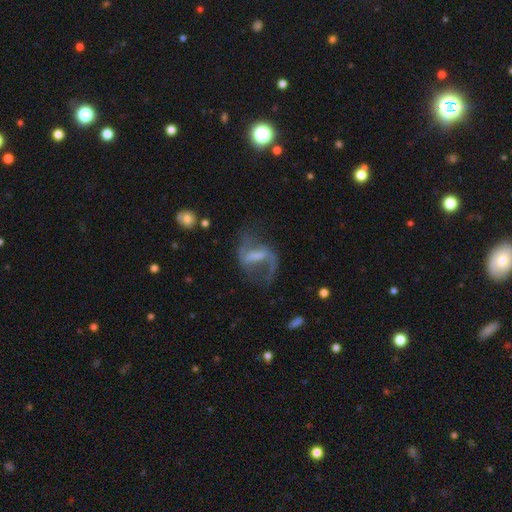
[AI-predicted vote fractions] featured or disk 79%, smooth 12%, star or artifact 9%. Down the decision tree: edge-on disk — no (95%); bar — strong (50%); spiral arms — yes (87%); spiral arm count — 2 (82%); spiral winding — loose (58%); bulge size — none (41%); merging — none (57%).